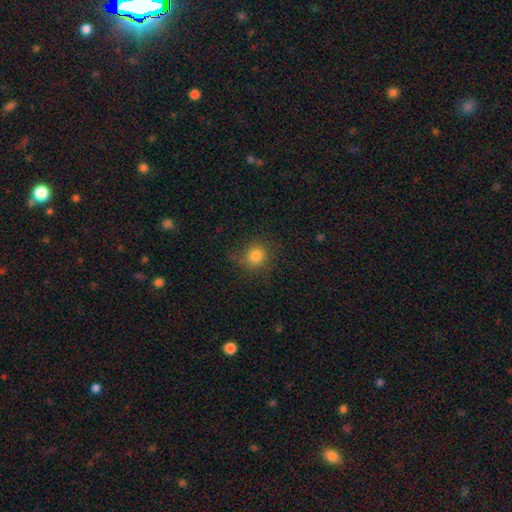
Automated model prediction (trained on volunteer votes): This appears to be a smooth galaxy with no disk features (81%) that is round (86%). Merging: none (77%).